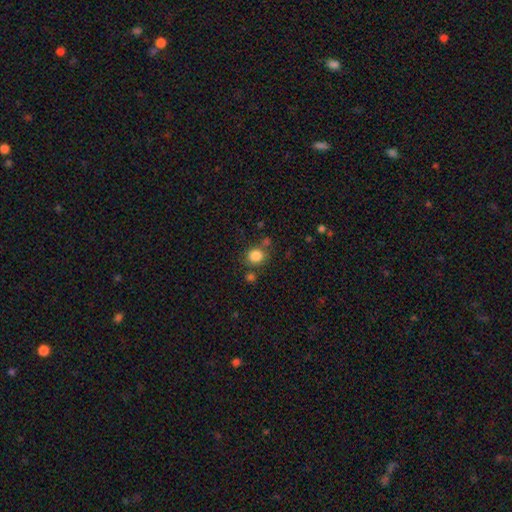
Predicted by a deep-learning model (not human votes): This is clearly a smooth galaxy (85%). How rounded: clearly round (82%). Merging: likely none (73%).